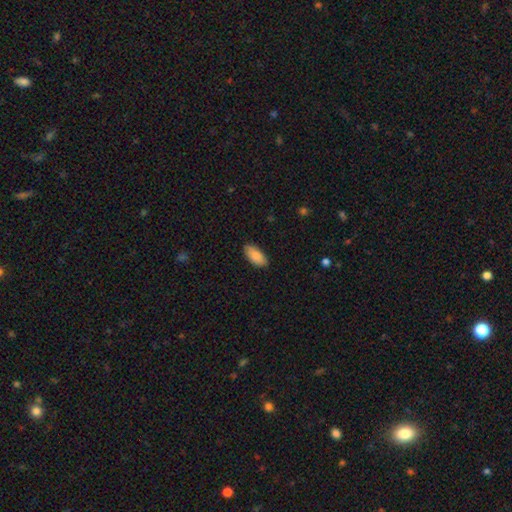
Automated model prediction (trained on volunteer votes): A smooth galaxy with no disk features (88%) that is in between round and cigar-shaped (91%).

Vote fractions:
- Smooth or featured? smooth: 88% / featured or disk: 6% / star or artifact: 6%
- How rounded? in between: 91% / cigar-shaped: 7% / round: 2%
- Merging? none: 86% / minor disturbance: 11% / major disturbance: 2% / merger: 1%